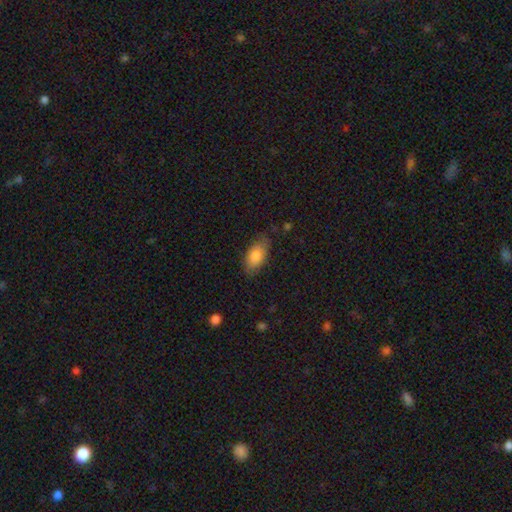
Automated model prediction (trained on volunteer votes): smooth-or-featured: smooth: 82% | featured or disk: 11% | star or artifact: 6%
  how-rounded: in between: 92% | cigar-shaped: 5% | round: 4%
  merging: none: 74% | minor disturbance: 20% | major disturbance: 5% | merger: 1%